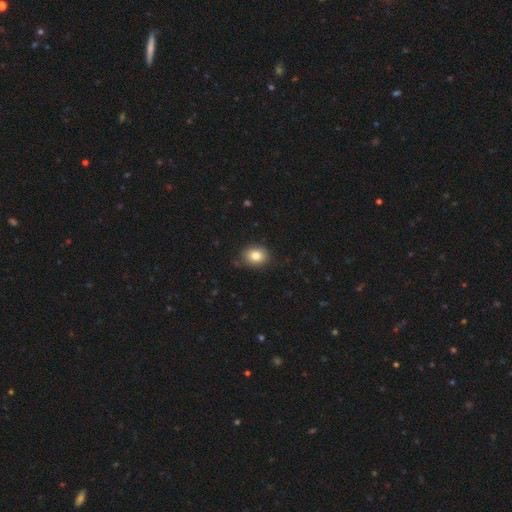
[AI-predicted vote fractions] Morphology: type=smooth (82%); roundness=round (50%); merging=none (83%).